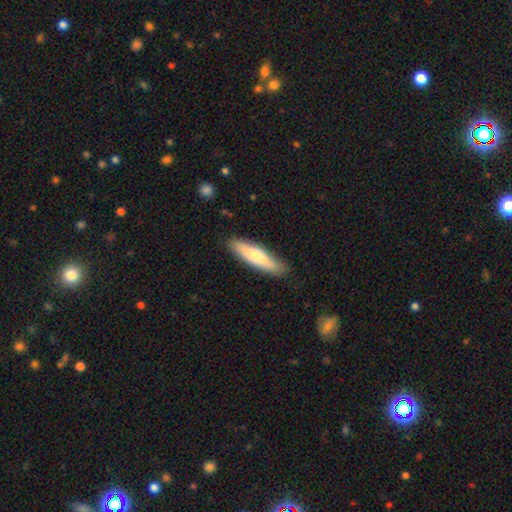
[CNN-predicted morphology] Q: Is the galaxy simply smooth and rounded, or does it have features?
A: smooth — 65%.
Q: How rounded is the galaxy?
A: cigar-shaped — 75%.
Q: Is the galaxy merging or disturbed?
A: none — 88%.